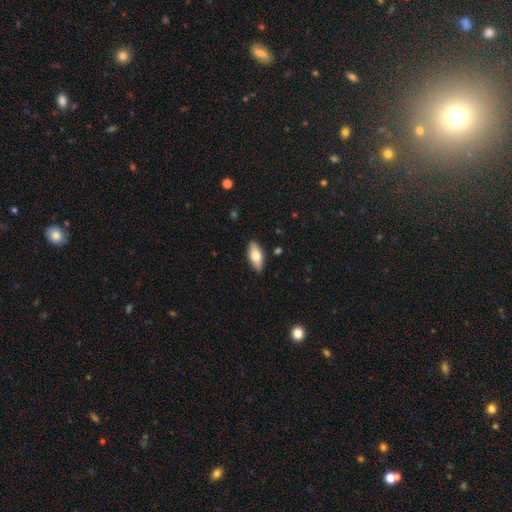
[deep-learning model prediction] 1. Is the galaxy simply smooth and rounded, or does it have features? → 76% smooth, 18% featured or disk, 6% star or artifact.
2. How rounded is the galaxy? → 87% in between, 11% cigar-shaped, 2% round.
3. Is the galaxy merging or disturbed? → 88% none, 9% minor disturbance, 2% major disturbance, 1% merger.